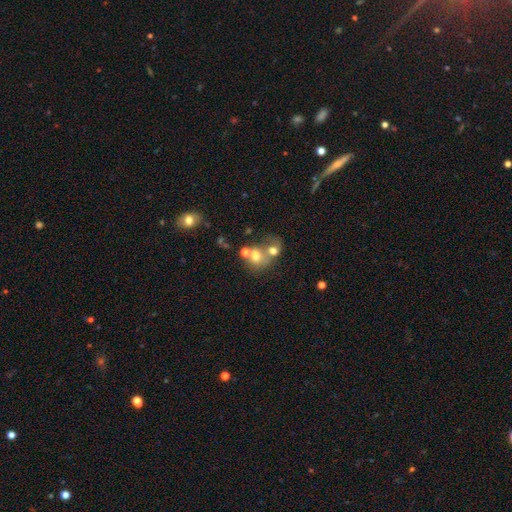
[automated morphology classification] This is likely a smooth galaxy (64%). How rounded: likely round (63%). Merging: possibly merger (55%).